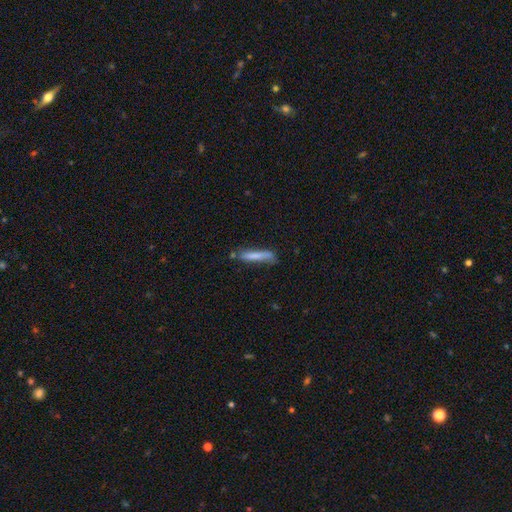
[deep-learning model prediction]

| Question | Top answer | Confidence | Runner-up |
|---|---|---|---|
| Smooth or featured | smooth | 72% | featured or disk (21%) |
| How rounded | cigar-shaped | 90% | in between (8%) |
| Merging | none | 59% | minor disturbance (25%) |